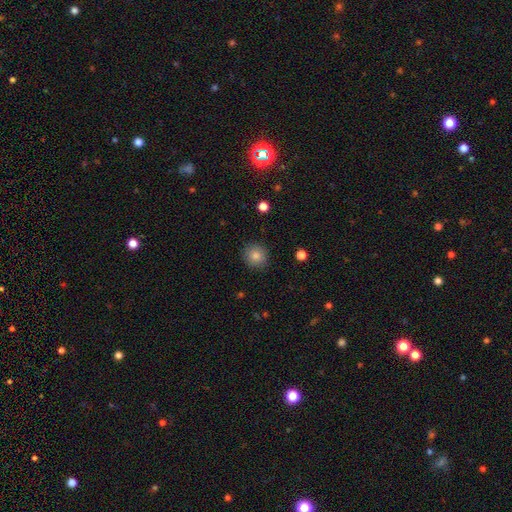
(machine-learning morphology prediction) This is clearly a smooth galaxy (83%). How rounded: clearly round (92%). Merging: clearly none (90%).